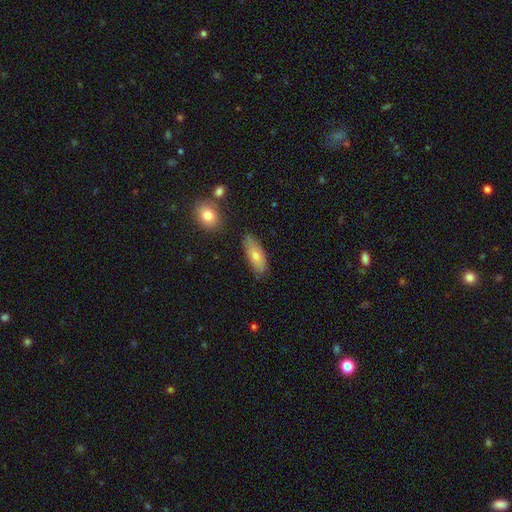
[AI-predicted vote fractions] The model was most divided on "how rounded": in between: 71%, cigar-shaped: 26%, round: 3%. More confident: merging — none (78%); smooth or featured — smooth (69%).